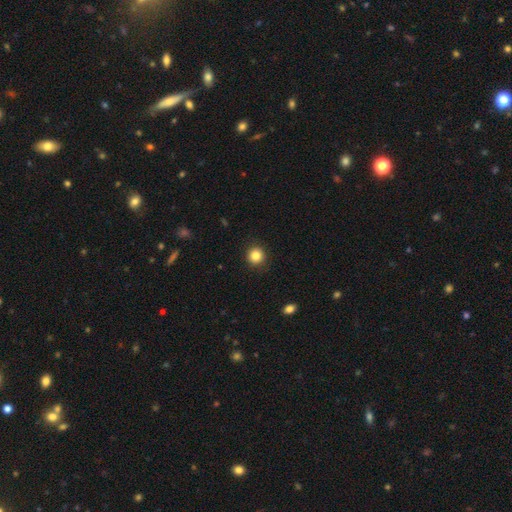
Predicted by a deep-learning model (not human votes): smooth-or-featured: smooth: 84% | star or artifact: 11% | featured or disk: 5%
  how-rounded: round: 93% | in between: 6% | cigar-shaped: 1%
  merging: none: 91% | minor disturbance: 6% | major disturbance: 2% | merger: 1%